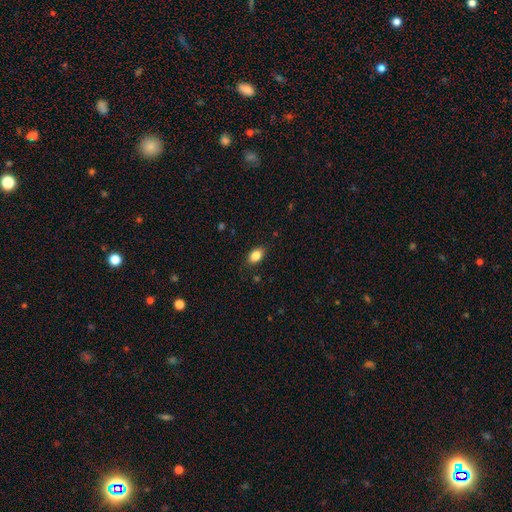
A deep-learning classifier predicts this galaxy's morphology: Q: Smooth or featured?
A: smooth (85%); runner-up: star or artifact (9%)
Q: How rounded?
A: in between (84%); runner-up: round (14%)
Q: Merging?
A: none (85%); runner-up: minor disturbance (11%)